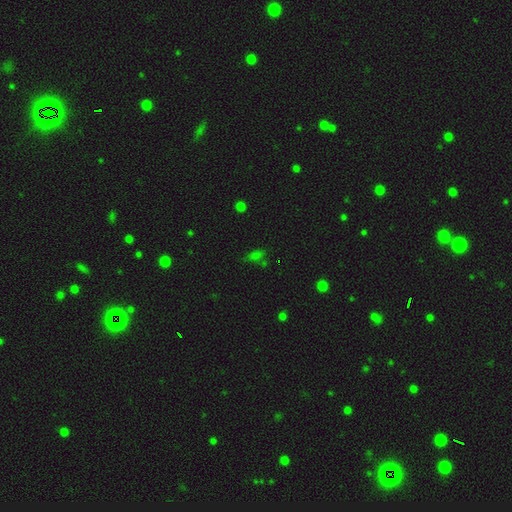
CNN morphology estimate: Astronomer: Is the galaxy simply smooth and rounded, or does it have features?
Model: smooth — 54% (runner-up: star or artifact, 36%).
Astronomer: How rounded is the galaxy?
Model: in between — 71%.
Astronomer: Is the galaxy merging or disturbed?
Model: none — 63%.